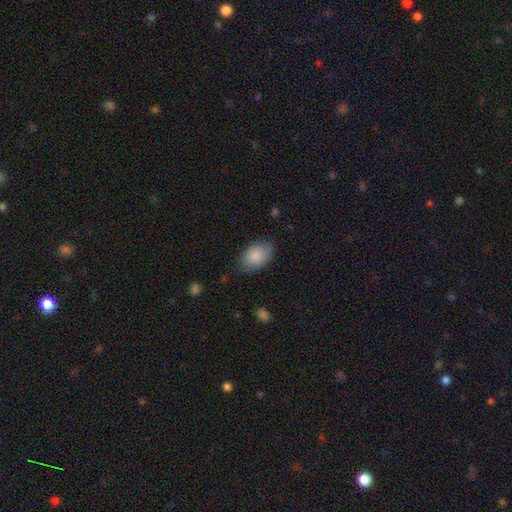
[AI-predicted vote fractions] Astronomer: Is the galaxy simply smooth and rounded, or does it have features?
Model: smooth — 86%.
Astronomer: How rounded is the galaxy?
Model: in between — 85%.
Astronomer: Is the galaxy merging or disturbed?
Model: none — 74%.